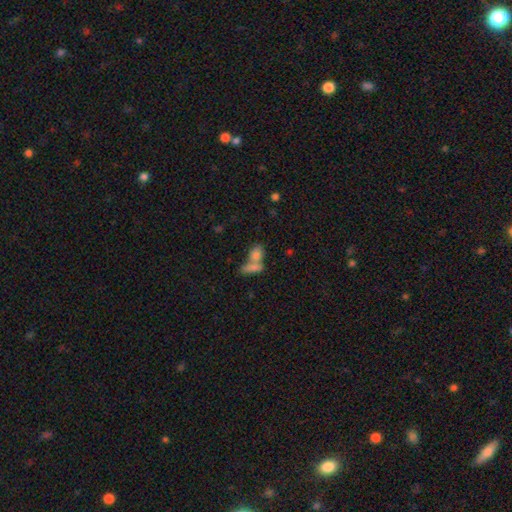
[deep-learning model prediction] This appears to be a smooth galaxy with no disk features (78%) that is in between round and cigar-shaped (70%). Merging: merger (56%).